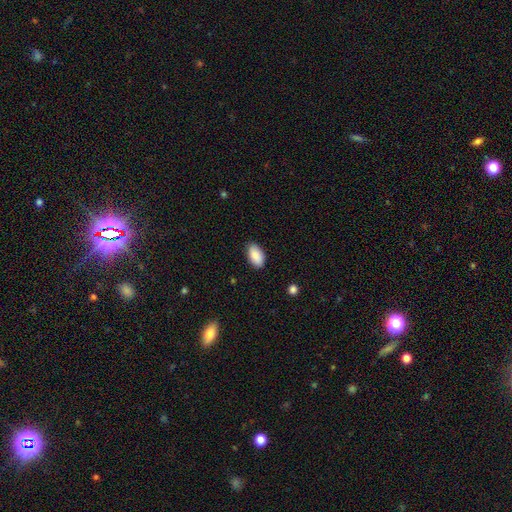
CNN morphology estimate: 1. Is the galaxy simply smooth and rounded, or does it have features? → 89% smooth, 6% star or artifact, 5% featured or disk.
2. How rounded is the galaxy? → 95% in between, 3% round, 2% cigar-shaped.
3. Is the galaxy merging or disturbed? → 87% none, 10% minor disturbance, 2% major disturbance, 1% merger.